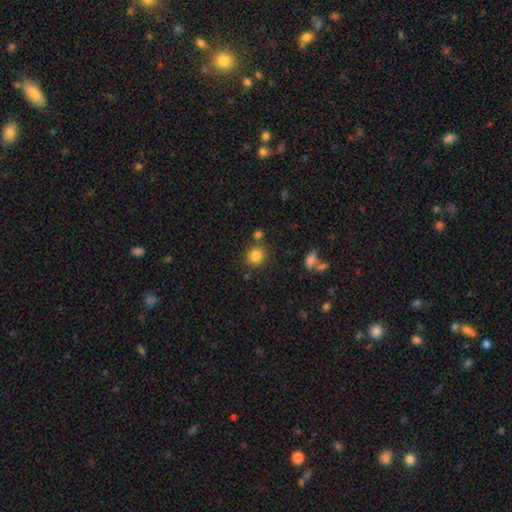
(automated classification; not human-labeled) Smooth or featured: smooth — 83% (star or artifact — 11%)
How rounded: round — 88% (in between — 11%)
Merging: none — 77% (minor disturbance — 10%)